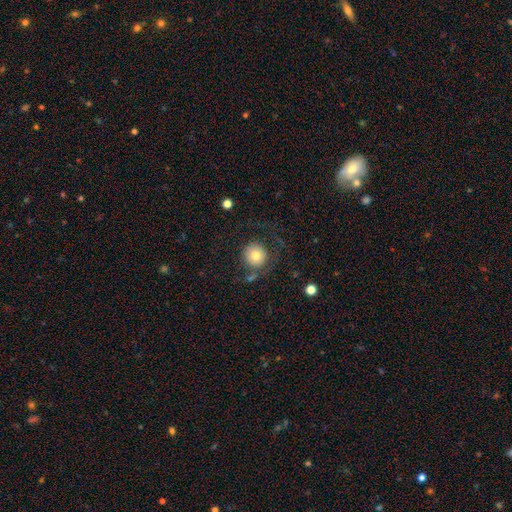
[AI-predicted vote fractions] The model was most divided on "merging": none: 69%, major disturbance: 13%, minor disturbance: 13%, merger: 5%. More confident: how rounded — round (94%); smooth or featured — smooth (77%).